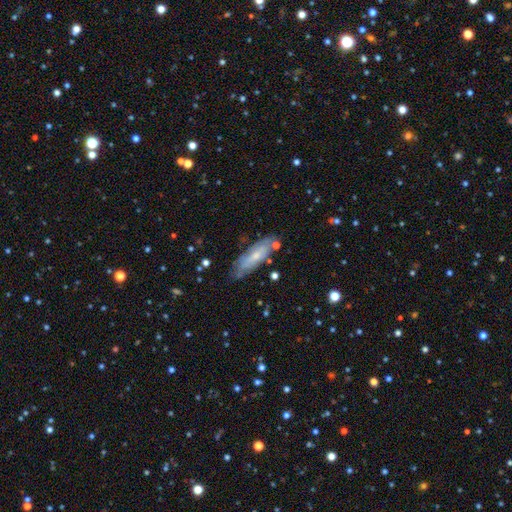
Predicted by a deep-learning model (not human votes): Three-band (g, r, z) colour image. It shows a smooth galaxy with no disk features (48%). Merging: none (70%).